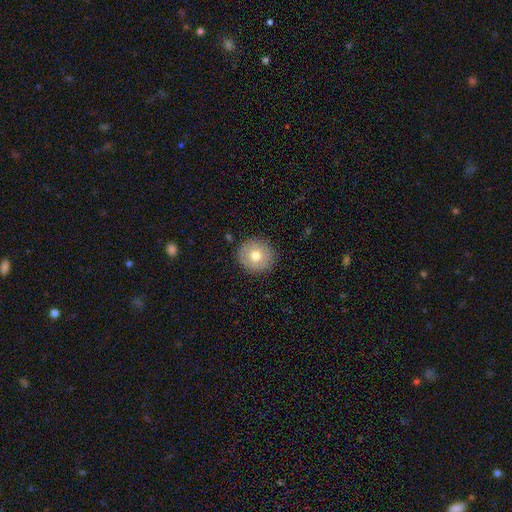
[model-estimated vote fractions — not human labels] The model was most divided on "smooth or featured": smooth: 73%, featured or disk: 18%, star or artifact: 9%. More confident: how rounded — round (92%); merging — none (90%).